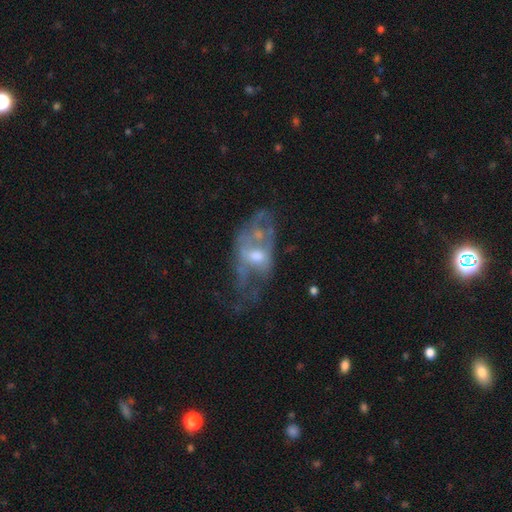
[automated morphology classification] smooth_or_featured: featured or disk (p=0.67) [alt: smooth p=0.21]
disk_edge_on: no (p=0.93) [alt: yes p=0.07]
bar: no (p=0.70) [alt: weak p=0.24]
has_spiral_arms: no (p=0.69) [alt: yes p=0.31]
bulge_size: moderate (p=0.57) [alt: small p=0.32]
merging: major disturbance (p=0.36) [alt: none p=0.33]